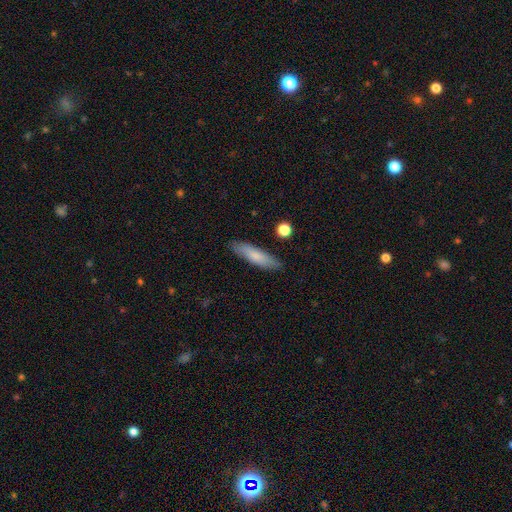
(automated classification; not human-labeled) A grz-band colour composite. It shows a smooth galaxy with no disk features (76%) that is cigar-shaped (70%). Merging: none (86%).